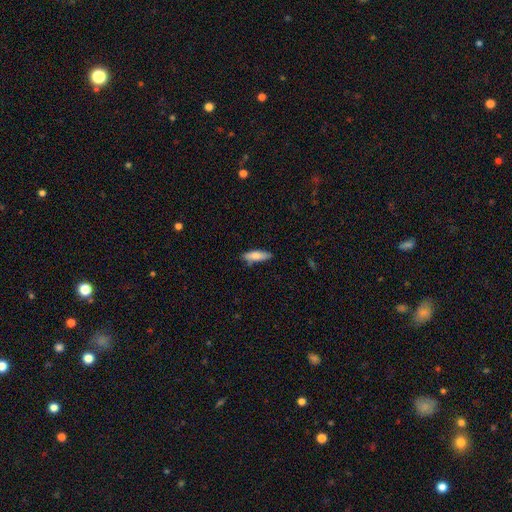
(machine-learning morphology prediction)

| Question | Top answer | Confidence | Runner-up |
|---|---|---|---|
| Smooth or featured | smooth | 77% | featured or disk (17%) |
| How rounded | cigar-shaped | 54% | in between (44%) |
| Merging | none | 78% | minor disturbance (16%) |